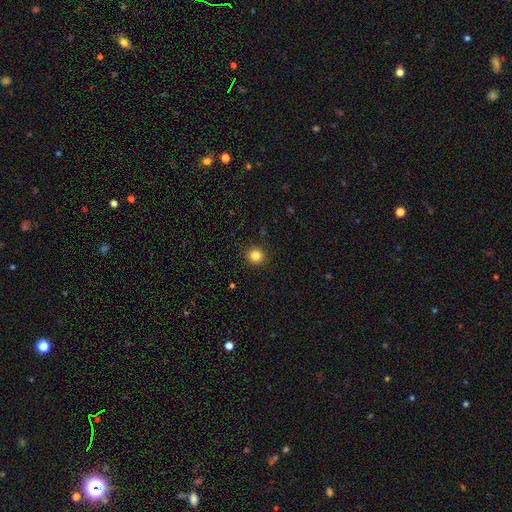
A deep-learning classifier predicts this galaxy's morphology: The model was most divided on "smooth or featured": smooth: 84%, star or artifact: 12%, featured or disk: 5%. More confident: merging — none (92%); how rounded — round (91%).